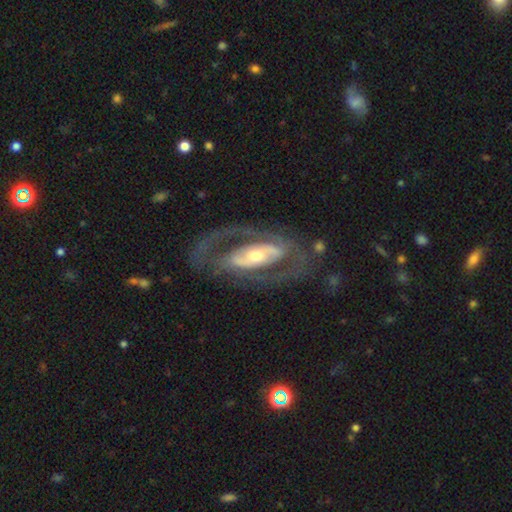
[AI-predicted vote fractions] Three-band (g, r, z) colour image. It shows a featured or disk galaxy (82%) with no bar (38%), 2 (79%) medium (44%) spiral arms (69%) and a moderate central bulge (56%). Merging: none (70%).